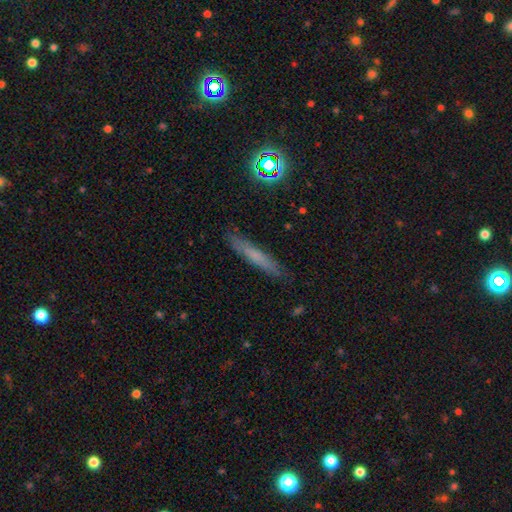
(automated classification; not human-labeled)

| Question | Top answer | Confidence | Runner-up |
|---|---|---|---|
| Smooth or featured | smooth | 59% | featured or disk (29%) |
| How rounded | cigar-shaped | 93% | in between (5%) |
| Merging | none | 87% | minor disturbance (9%) |